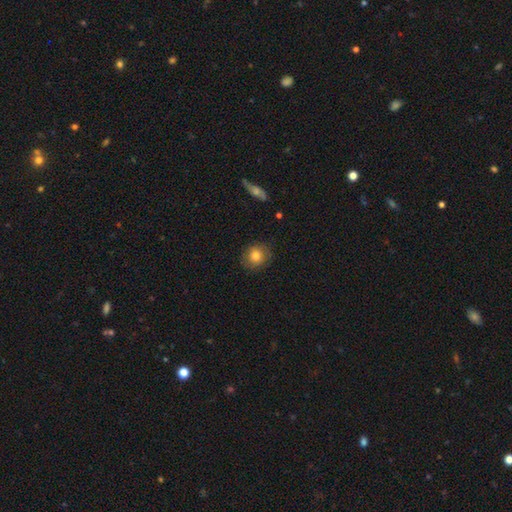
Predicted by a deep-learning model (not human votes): smooth_or_featured: smooth (p=0.79) [alt: featured or disk p=0.12]
how_rounded: round (p=0.85) [alt: in between p=0.14]
merging: none (p=0.83) [alt: minor disturbance p=0.13]